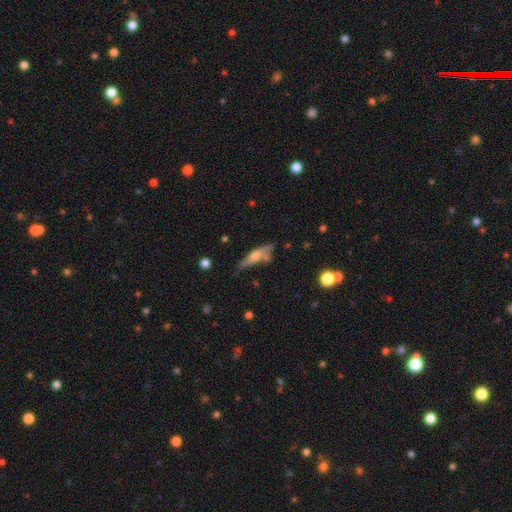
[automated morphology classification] Smooth or featured?
  - smooth: 51% *
  - featured or disk: 42%
  - star or artifact: 7%
How rounded?
  - cigar-shaped: 68% *
  - in between: 29%
  - round: 3%
Merging?
  - none: 57% *
  - minor disturbance: 23%
  - merger: 12%
  - major disturbance: 8%